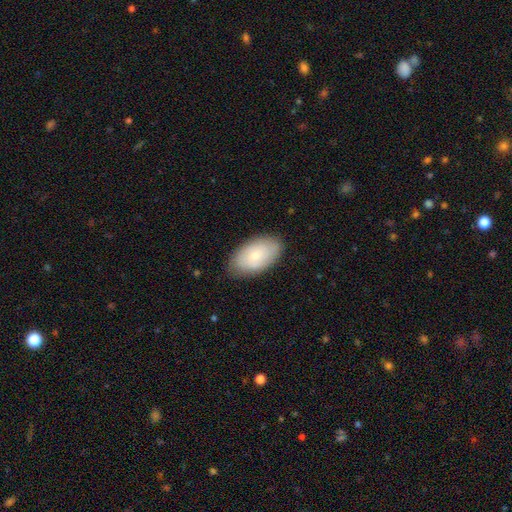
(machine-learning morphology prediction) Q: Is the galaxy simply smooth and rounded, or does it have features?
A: smooth — 70%.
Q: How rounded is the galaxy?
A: in between — 94%.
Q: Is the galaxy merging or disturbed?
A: none — 82%.